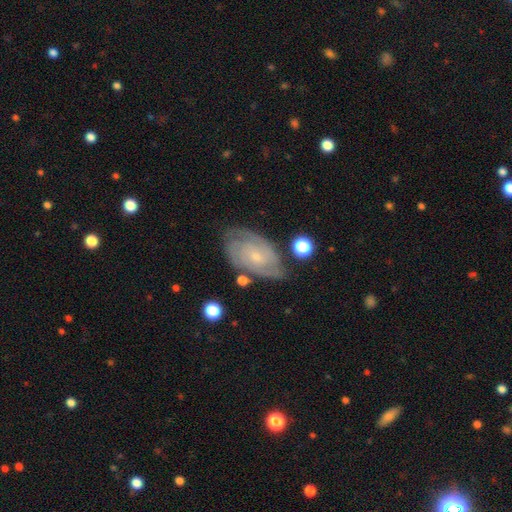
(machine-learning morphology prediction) Q: Smooth or featured?
A: featured or disk (82%); runner-up: smooth (12%)
Q: Edge-on disk?
A: no (96%); runner-up: yes (4%)
Q: Bar?
A: no (69%); runner-up: weak (26%)
Q: Spiral arms?
A: yes (95%); runner-up: no (5%)
Q: Spiral winding?
A: tight (65%); runner-up: medium (29%)
Q: Spiral arm count?
A: 2 (45%); runner-up: can't tell (25%)
Q: Bulge size?
A: small (78%); runner-up: moderate (17%)
Q: Merging?
A: none (71%); runner-up: minor disturbance (19%)